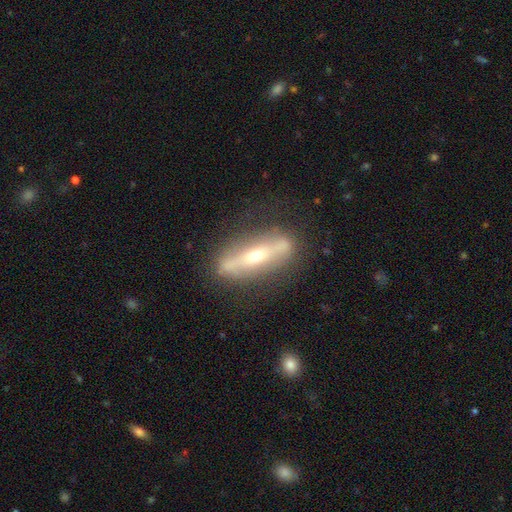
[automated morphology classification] type=featured or disk (74%); edge-on=yes (71%); edge-on bulge=rounded (90%); merging=none (78%).